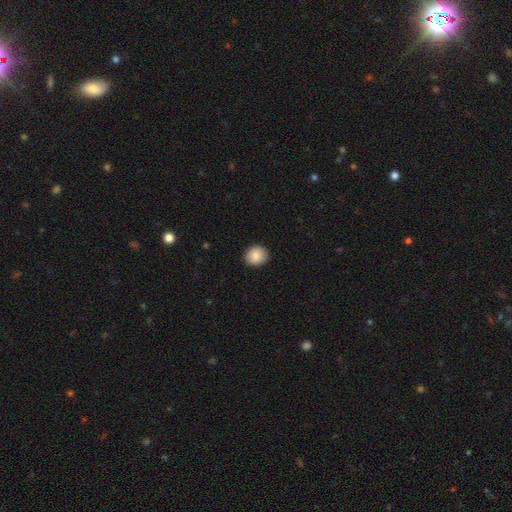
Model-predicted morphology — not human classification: The model was most divided on "how rounded": round: 75%, in between: 24%, cigar-shaped: 1%. More confident: merging — none (91%); smooth or featured — smooth (88%).